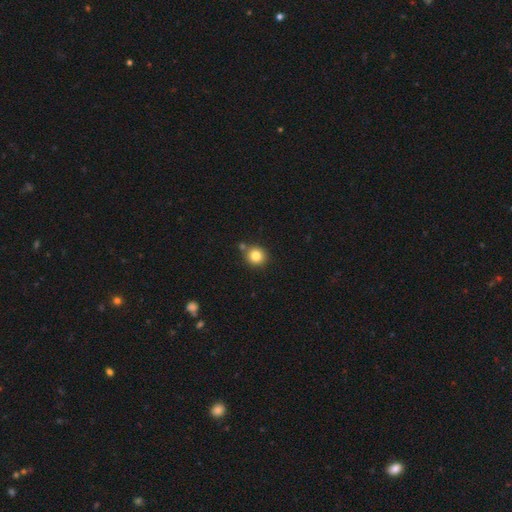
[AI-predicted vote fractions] smooth-or-featured: smooth: 82% | star or artifact: 11% | featured or disk: 7%
  how-rounded: round: 91% | in between: 8% | cigar-shaped: 1%
  merging: none: 78% | merger: 11% | minor disturbance: 9% | major disturbance: 2%